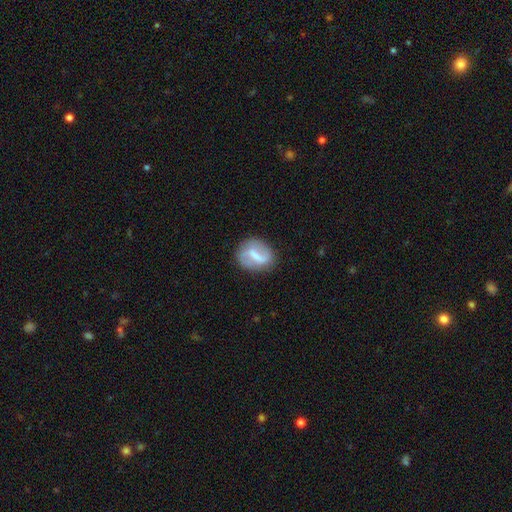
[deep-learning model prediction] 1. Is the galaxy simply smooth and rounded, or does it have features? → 61% featured or disk, 32% smooth, 7% star or artifact.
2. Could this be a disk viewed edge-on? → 96% no, 4% yes.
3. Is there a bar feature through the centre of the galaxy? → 54% strong, 35% weak, 11% no.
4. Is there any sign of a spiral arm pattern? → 65% yes, 35% no.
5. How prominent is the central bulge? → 32% small, 31% none, 30% moderate, 6% large, 2% dominant.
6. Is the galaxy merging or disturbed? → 74% none, 17% minor disturbance, 7% major disturbance, 2% merger.